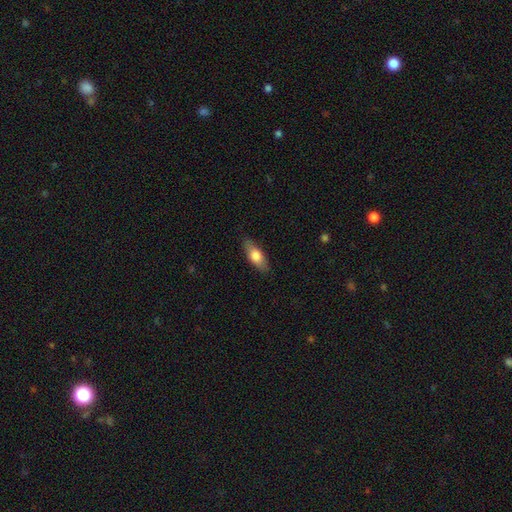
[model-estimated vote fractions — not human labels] The model was most divided on "smooth or featured": smooth: 69%, featured or disk: 25%, star or artifact: 6%. More confident: merging — none (84%); how rounded — in between (73%).